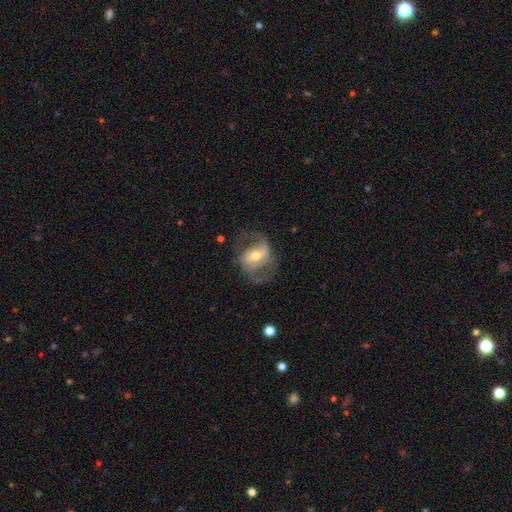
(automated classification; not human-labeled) This is clearly a featured or disk galaxy (82%). It is clearly not viewed edge-on (97%). Bar: possibly weak (46%). Spiral arm pattern: clearly yes (91%). Spiral arm count: clearly 2 (86%). Spiral winding: possibly medium (49%). Central bulge: likely moderate (67%). Merging: likely none (65%).